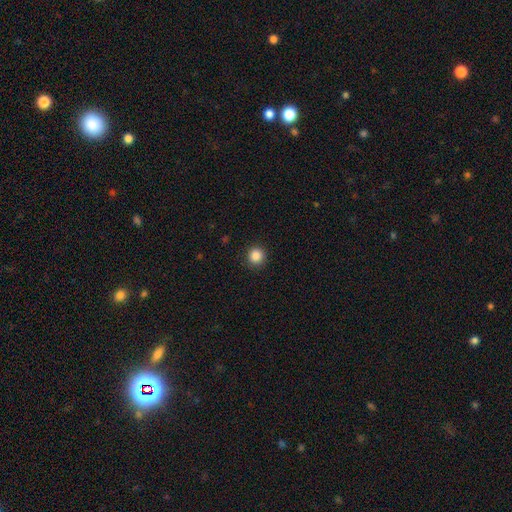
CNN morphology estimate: Smooth or featured: smooth — 86% (star or artifact — 11%)
How rounded: round — 95% (in between — 4%)
Merging: none — 91% (minor disturbance — 6%)